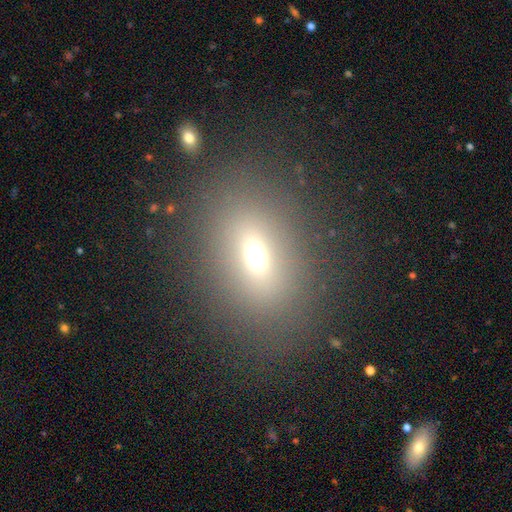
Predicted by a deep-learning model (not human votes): Overall: smooth (64%). How rounded: in between (66%; round 31%). Merging: none (78%).